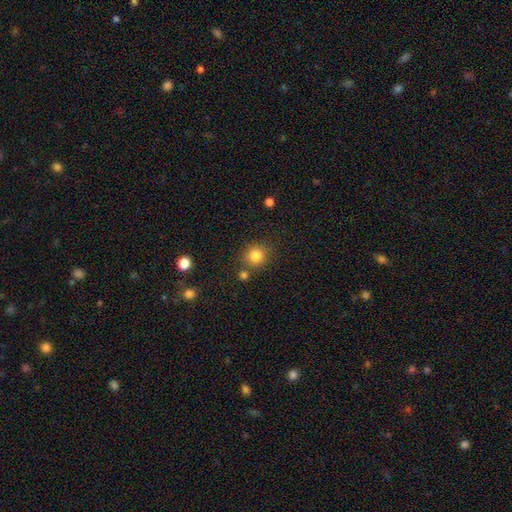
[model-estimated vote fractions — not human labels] This appears to be a smooth galaxy with no disk features (83%) that is round (85%). Merging: none (77%).